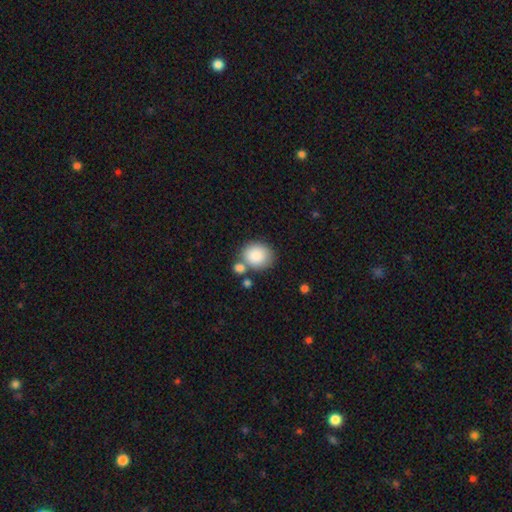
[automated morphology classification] smooth_or_featured: smooth (p=0.85) [alt: star or artifact p=0.07]
how_rounded: round (p=0.70) [alt: in between p=0.29]
merging: none (p=0.61) [alt: merger p=0.21]